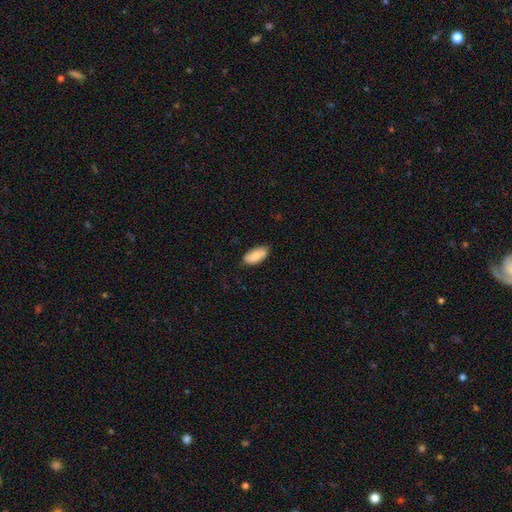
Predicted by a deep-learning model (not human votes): A smooth galaxy with no disk features (80%) that is in between round and cigar-shaped (93%).

Vote fractions:
- Smooth or featured? smooth: 80% / featured or disk: 14% / star or artifact: 6%
- How rounded? in between: 93% / cigar-shaped: 5% / round: 2%
- Merging? none: 81% / minor disturbance: 15% / major disturbance: 2% / merger: 1%